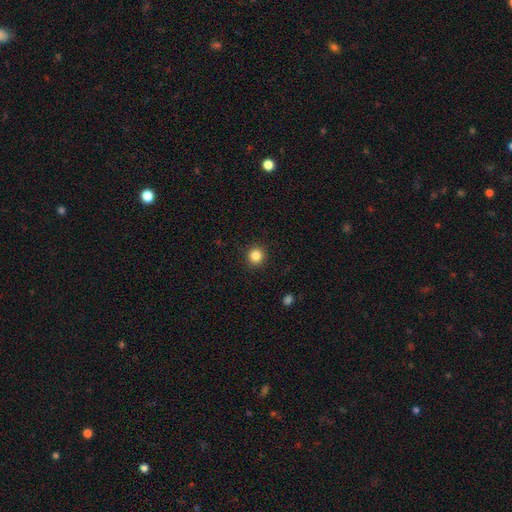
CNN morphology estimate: The model was most divided on "smooth or featured": smooth: 84%, star or artifact: 11%, featured or disk: 4%. More confident: how rounded — round (93%); merging — none (92%).